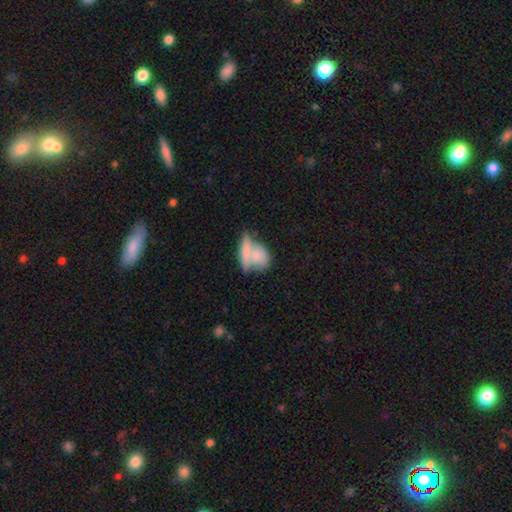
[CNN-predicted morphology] type=smooth (67%); roundness=round (45%); merging=merger (51%).